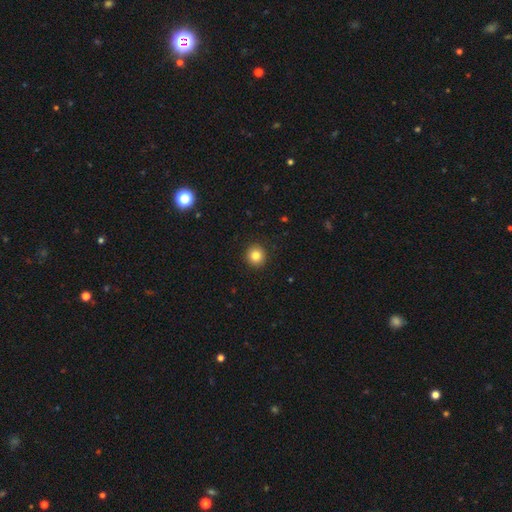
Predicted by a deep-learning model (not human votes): smooth_or_featured: smooth (p=0.83) [alt: star or artifact p=0.10]
how_rounded: round (p=0.92) [alt: in between p=0.07]
merging: none (p=0.92) [alt: minor disturbance p=0.05]